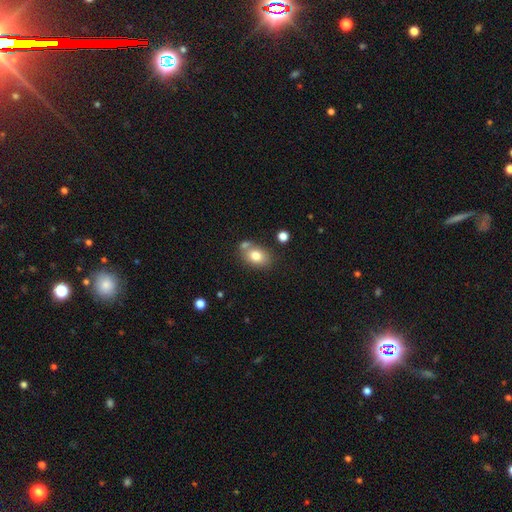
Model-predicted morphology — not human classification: A smooth galaxy with no disk features (78%) that is in between round and cigar-shaped (75%).

Vote fractions:
- Smooth or featured? smooth: 78% / featured or disk: 13% / star or artifact: 9%
- How rounded? in between: 75% / round: 24% / cigar-shaped: 1%
- Merging? none: 59% / merger: 21% / minor disturbance: 16% / major disturbance: 5%